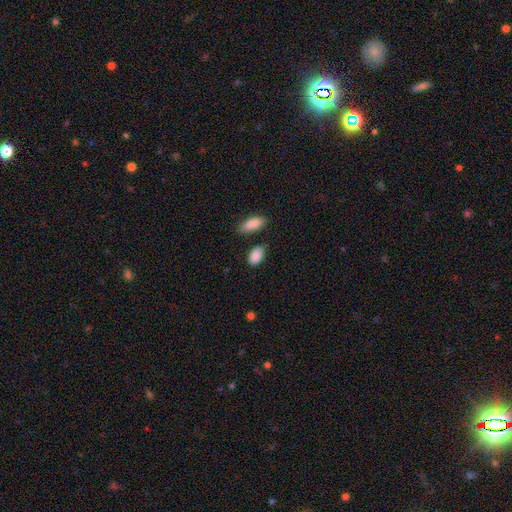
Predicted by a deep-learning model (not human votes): smooth_or_featured: smooth (p=0.89) [alt: star or artifact p=0.07]
how_rounded: in between (p=0.91) [alt: round p=0.07]
merging: none (p=0.67) [alt: minor disturbance p=0.22]